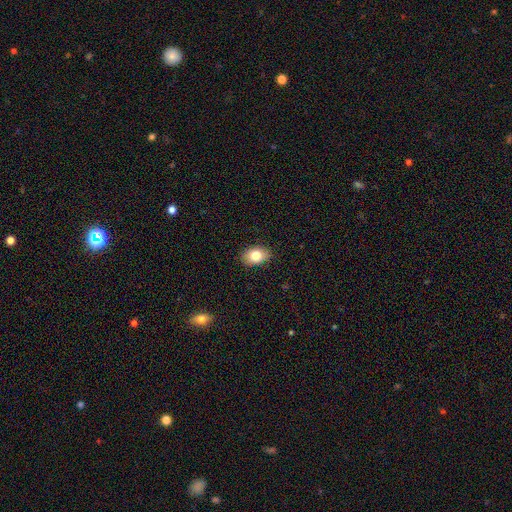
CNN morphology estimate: type=smooth (81%); roundness=in between (82%); merging=none (86%).